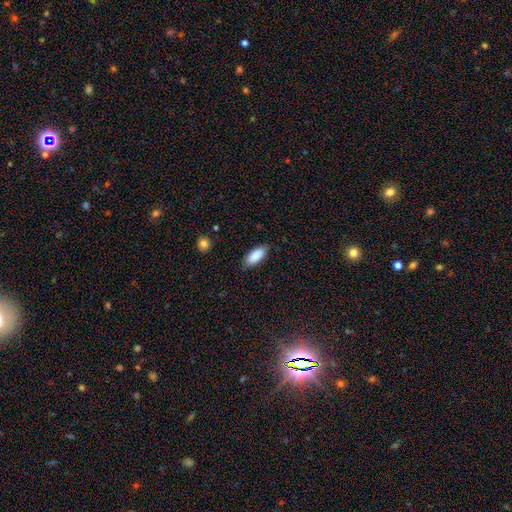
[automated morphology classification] Smooth or featured?
  - smooth: 89% *
  - star or artifact: 6%
  - featured or disk: 5%
How rounded?
  - in between: 83% *
  - cigar-shaped: 15%
  - round: 2%
Merging?
  - none: 86% *
  - minor disturbance: 11%
  - major disturbance: 2%
  - merger: 1%